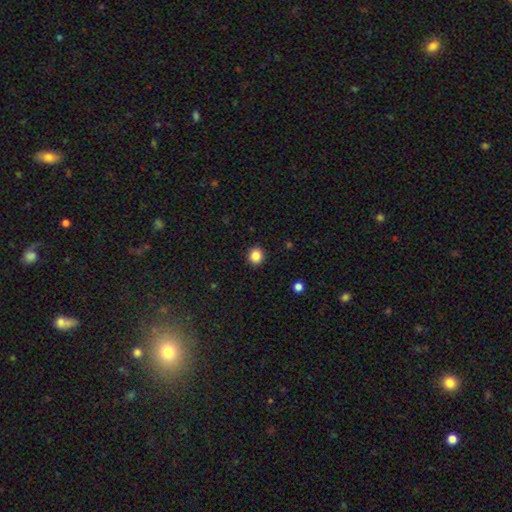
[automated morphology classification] smooth 86%, star or artifact 11%, featured or disk 4%. Down the decision tree: how rounded — round (86%); merging — none (92%).